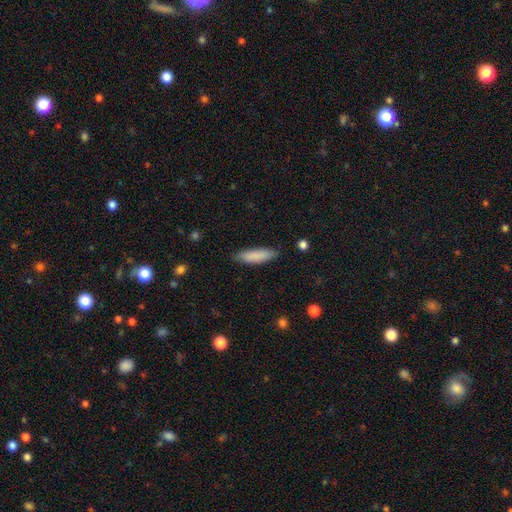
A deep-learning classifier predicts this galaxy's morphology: type=smooth (86%); roundness=cigar-shaped (66%); merging=none (84%).